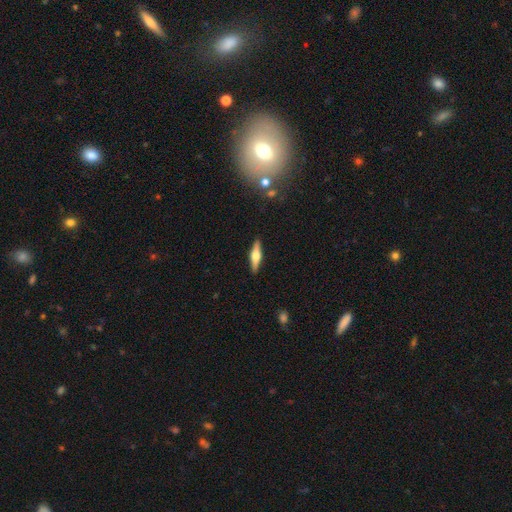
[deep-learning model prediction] Overall: featured or disk (57%; smooth 37%). Edge-on disk: yes (95%). Edge-on bulge: rounded (93%). Merging: none (90%).